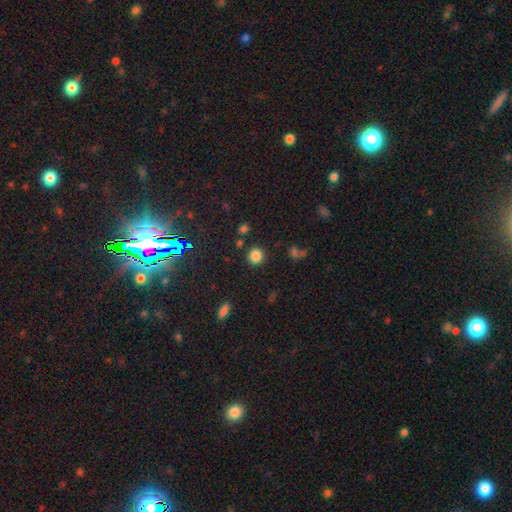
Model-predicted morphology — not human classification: A smooth galaxy with no disk features (81%) that is round (93%).

Vote fractions:
- Smooth or featured? smooth: 81% / star or artifact: 14% / featured or disk: 4%
- How rounded? round: 93% / in between: 6% / cigar-shaped: 1%
- Merging? none: 87% / minor disturbance: 6% / merger: 4% / major disturbance: 3%